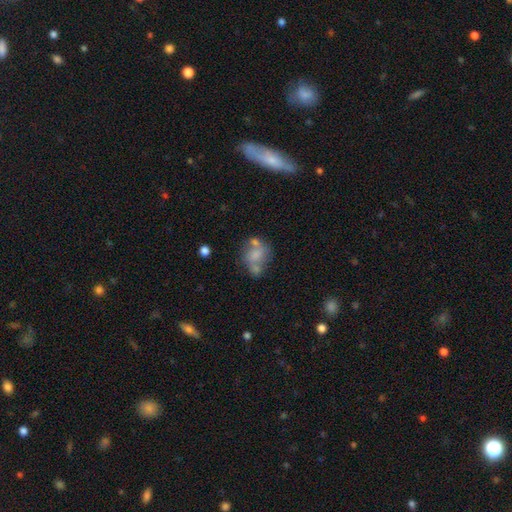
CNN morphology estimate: This appears to be a smooth galaxy with no disk features (56%) that is in between round and cigar-shaped (53%). Merging: none (35%, tied with merger).